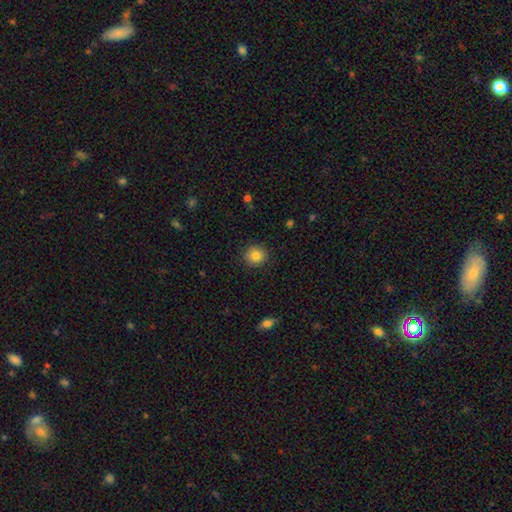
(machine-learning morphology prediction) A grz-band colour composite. It shows a smooth galaxy with no disk features (84%) that is round (89%). Merging: none (90%).